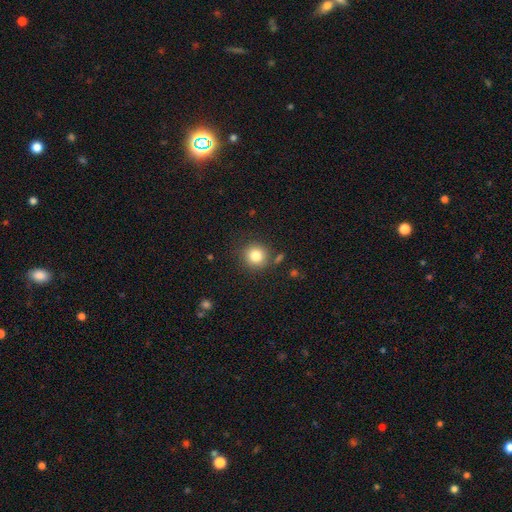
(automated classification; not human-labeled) A smooth galaxy with no disk features (82%) that is round (92%). Merging: none (83%).